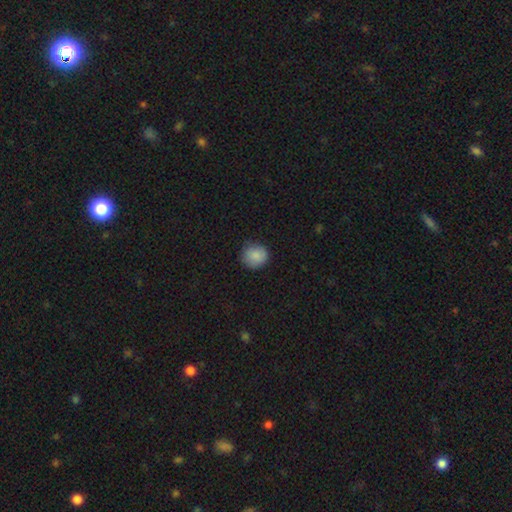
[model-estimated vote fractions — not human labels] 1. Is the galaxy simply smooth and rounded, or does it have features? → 87% smooth, 8% star or artifact, 5% featured or disk.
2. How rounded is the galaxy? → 90% round, 9% in between, 1% cigar-shaped.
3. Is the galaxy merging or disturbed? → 82% none, 14% minor disturbance, 3% major disturbance, 1% merger.